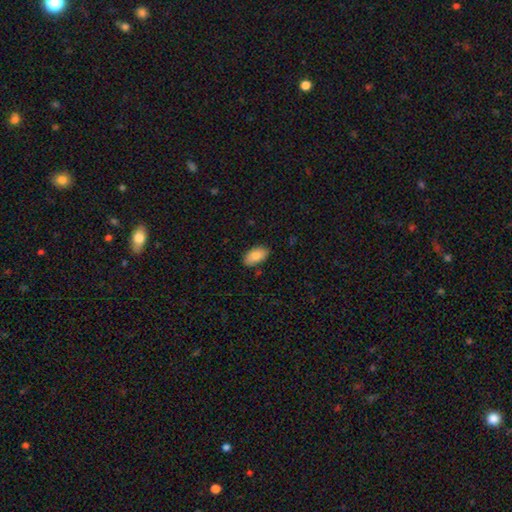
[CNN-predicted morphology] Overall: smooth (85%). How rounded: in between (94%). Merging: none (86%).